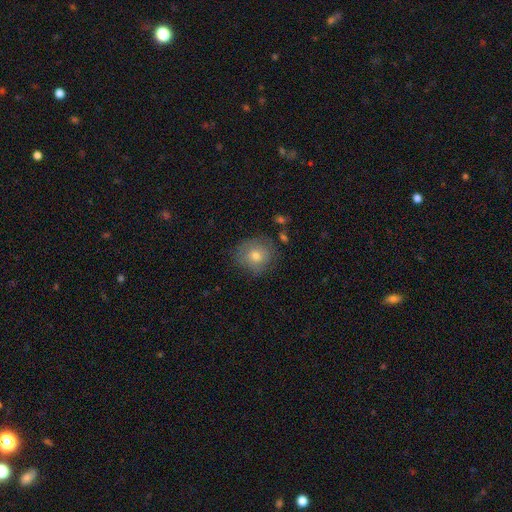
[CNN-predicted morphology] This is likely a smooth galaxy (69%). How rounded: clearly round (86%). Merging: likely none (75%).